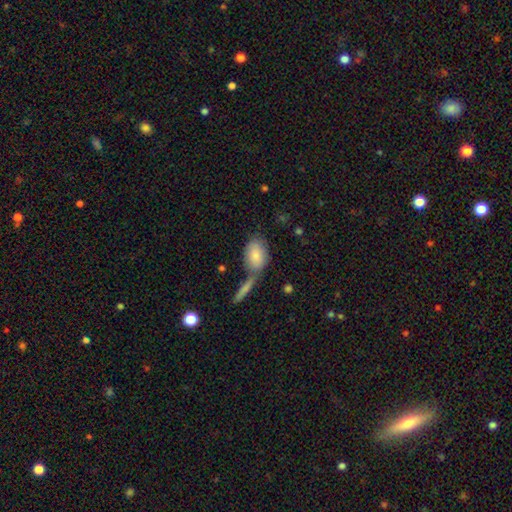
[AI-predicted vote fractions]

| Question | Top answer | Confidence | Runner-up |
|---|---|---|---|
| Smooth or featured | smooth | 83% | featured or disk (11%) |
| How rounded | in between | 89% | round (8%) |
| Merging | none | 53% | merger (27%) |